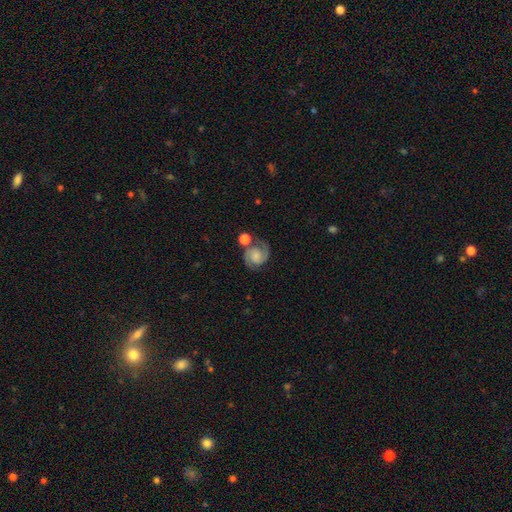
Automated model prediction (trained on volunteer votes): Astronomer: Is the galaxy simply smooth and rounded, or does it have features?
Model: featured or disk — 77%.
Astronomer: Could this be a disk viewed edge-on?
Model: no — 98%.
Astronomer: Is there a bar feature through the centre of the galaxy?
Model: no — 62%.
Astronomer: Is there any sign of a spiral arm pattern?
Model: yes — 96%.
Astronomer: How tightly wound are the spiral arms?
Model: medium — 49% (runner-up: tight, 39%).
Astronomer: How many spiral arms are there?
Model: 2 — 90%.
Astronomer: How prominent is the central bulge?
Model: small — 36% (runner-up: none, 29%).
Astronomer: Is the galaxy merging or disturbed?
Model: none — 62%.